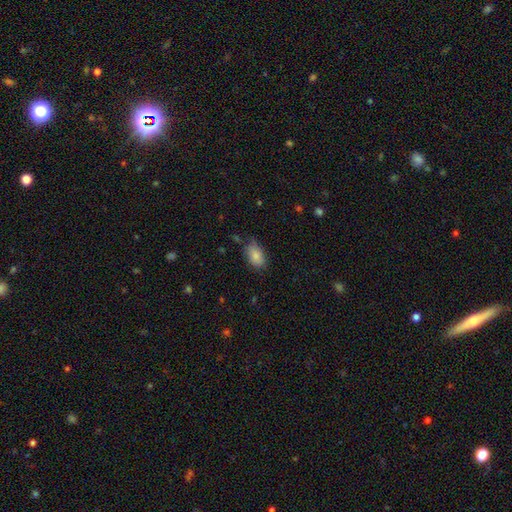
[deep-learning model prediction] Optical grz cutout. It shows a smooth galaxy with no disk features (85%) that is in between round and cigar-shaped (90%). Merging: none (65%).